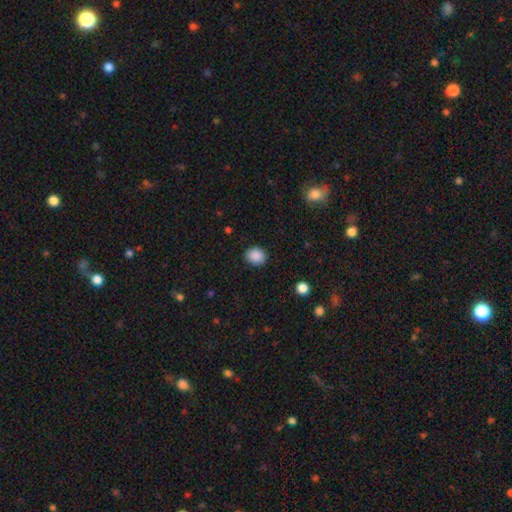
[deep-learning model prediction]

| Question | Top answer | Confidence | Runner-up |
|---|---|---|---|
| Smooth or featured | smooth | 89% | star or artifact (8%) |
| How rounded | round | 60% | in between (40%) |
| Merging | none | 89% | minor disturbance (8%) |